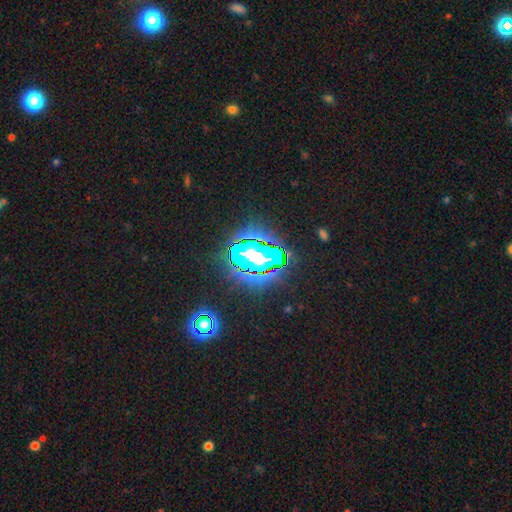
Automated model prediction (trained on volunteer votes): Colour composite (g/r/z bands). It shows a star or artifact, not a galaxy (65%).